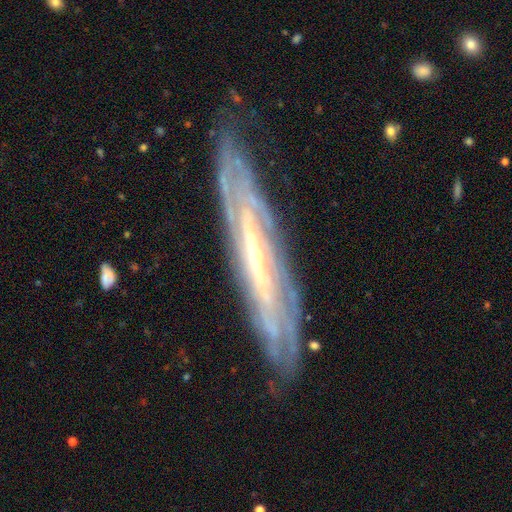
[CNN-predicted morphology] Smooth or featured: featured or disk — 83% (smooth — 11%)
Edge-on disk: yes — 51% (no — 49%)
Merging: none — 79% (minor disturbance — 15%)